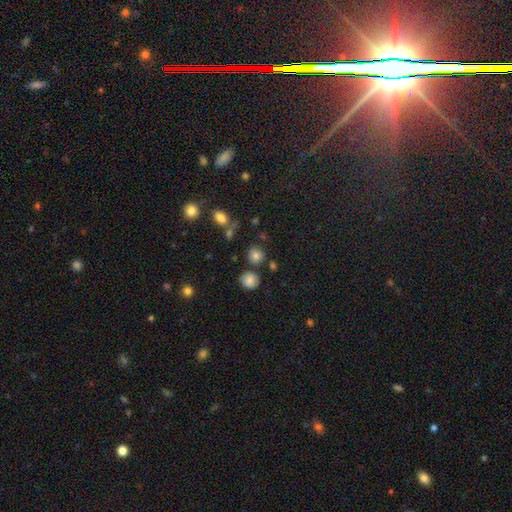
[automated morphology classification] smooth_or_featured: smooth (p=0.80) [alt: star or artifact p=0.12]
how_rounded: round (p=0.85) [alt: in between p=0.14]
merging: none (p=0.77) [alt: minor disturbance p=0.11]